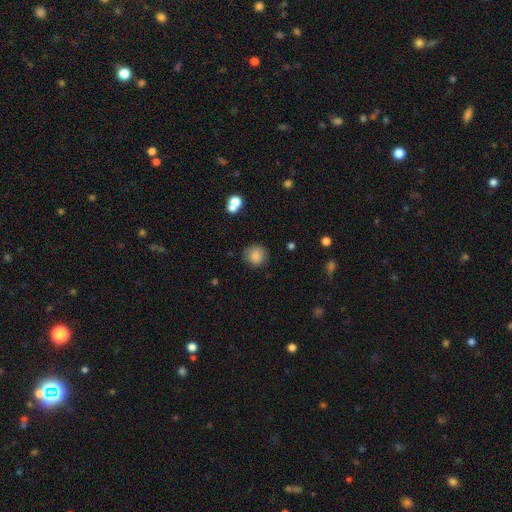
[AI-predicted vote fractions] Overall: smooth (84%). How rounded: round (90%). Merging: none (82%).